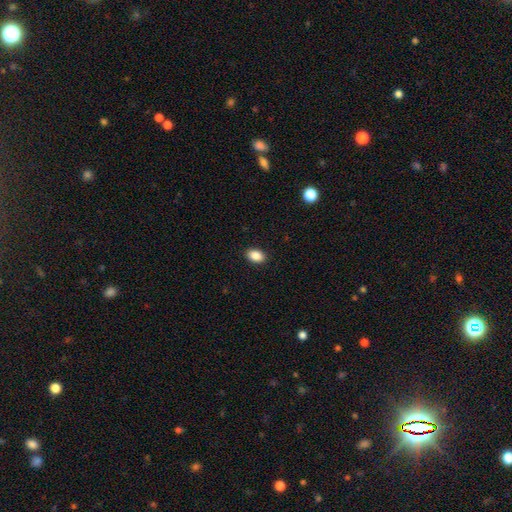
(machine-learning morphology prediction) smooth 88%, star or artifact 8%, featured or disk 4%. Down the decision tree: how rounded — in between (86%); merging — none (90%).